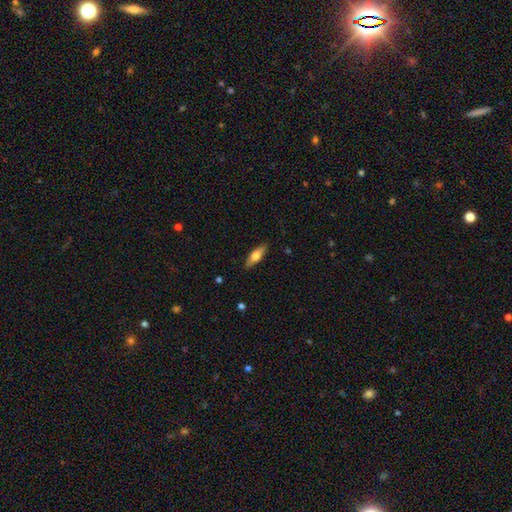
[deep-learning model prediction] Q: Smooth or featured?
A: smooth (62%); runner-up: featured or disk (32%)
Q: How rounded?
A: in between (55%); runner-up: cigar-shaped (42%)
Q: Merging?
A: none (87%); runner-up: minor disturbance (10%)